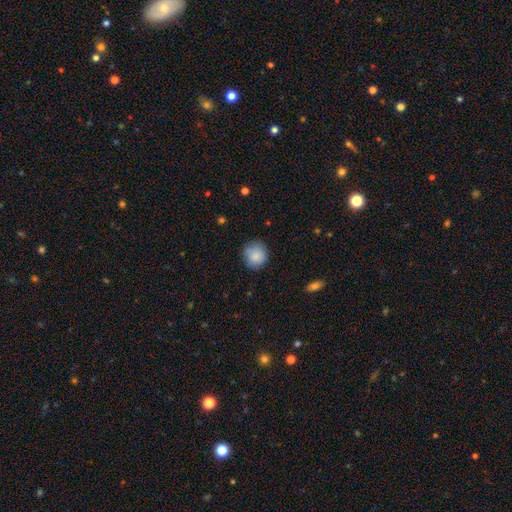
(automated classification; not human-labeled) A smooth galaxy with no disk features (85%) that is round (90%).

Vote fractions:
- Smooth or featured? smooth: 85% / featured or disk: 8% / star or artifact: 7%
- How rounded? round: 90% / in between: 9% / cigar-shaped: 1%
- Merging? none: 79% / minor disturbance: 17% / major disturbance: 4% / merger: 1%